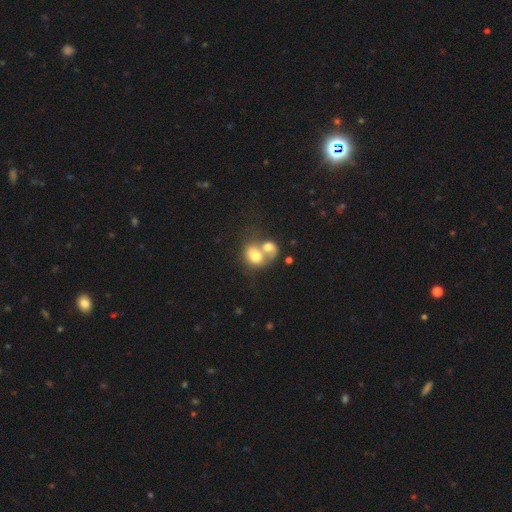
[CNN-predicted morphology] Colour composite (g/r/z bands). It shows a smooth galaxy with no disk features (65%) that is in between round and cigar-shaped (50%). Merging: merger (77%).